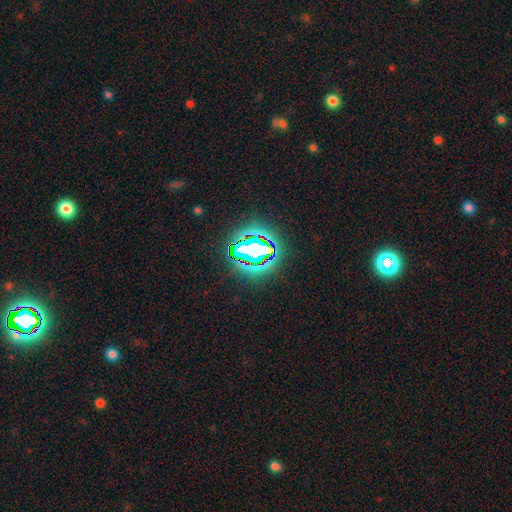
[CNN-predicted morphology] A star or artifact, not a galaxy (74%).